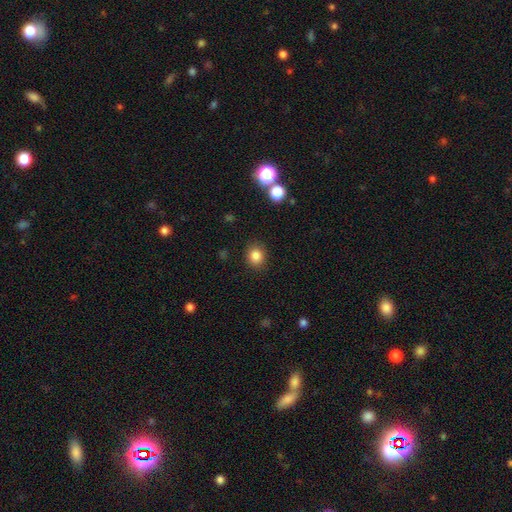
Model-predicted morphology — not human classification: This is clearly a smooth galaxy (84%). How rounded: likely round (74%). Merging: clearly none (88%).